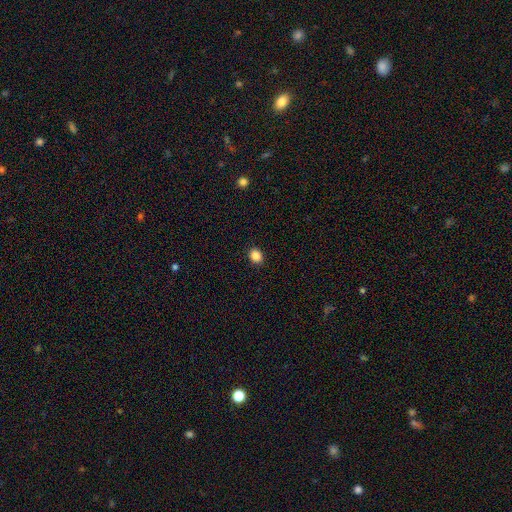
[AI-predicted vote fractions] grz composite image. It shows a smooth galaxy with no disk features (87%) that is in between round and cigar-shaped (50%). Merging: none (90%).